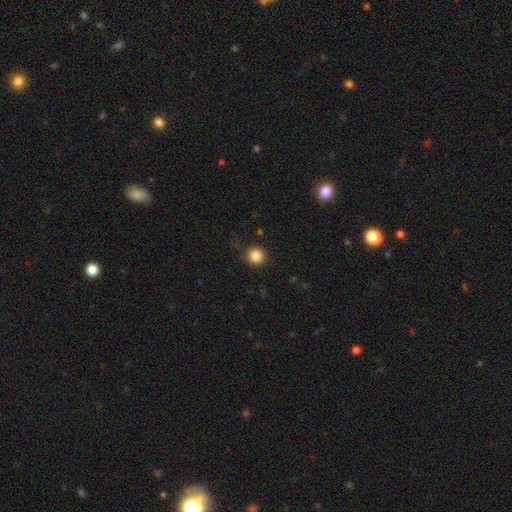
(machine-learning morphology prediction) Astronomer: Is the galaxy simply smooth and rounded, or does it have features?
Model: smooth — 85%.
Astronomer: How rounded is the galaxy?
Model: round — 94%.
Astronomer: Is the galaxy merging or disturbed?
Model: none — 89%.